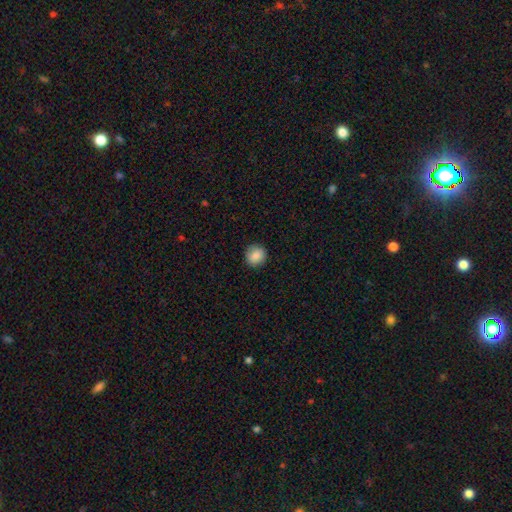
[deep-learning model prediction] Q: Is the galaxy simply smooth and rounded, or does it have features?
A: smooth — 86%.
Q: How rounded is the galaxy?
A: round — 91%.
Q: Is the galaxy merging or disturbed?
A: none — 91%.